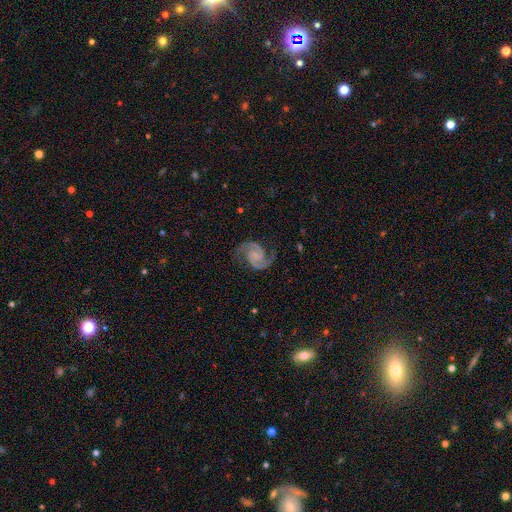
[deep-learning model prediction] This appears to be a featured or disk galaxy (93%) with no bar (56%), 2 (94%) medium (61%) spiral arms (99%) and a small central bulge (44%). Merging: none (80%).